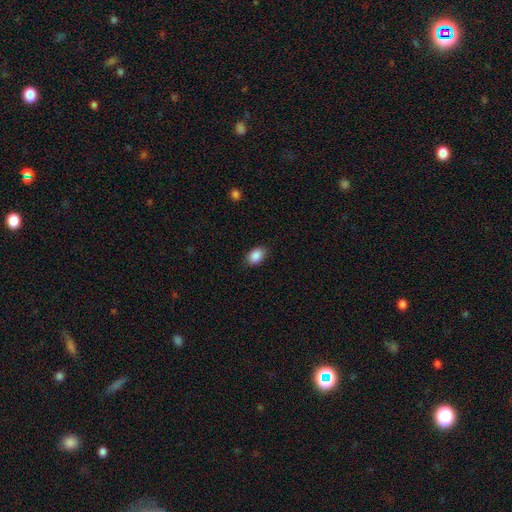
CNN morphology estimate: smooth 89%, star or artifact 8%, featured or disk 4%. Down the decision tree: how rounded — in between (84%); merging — none (86%).